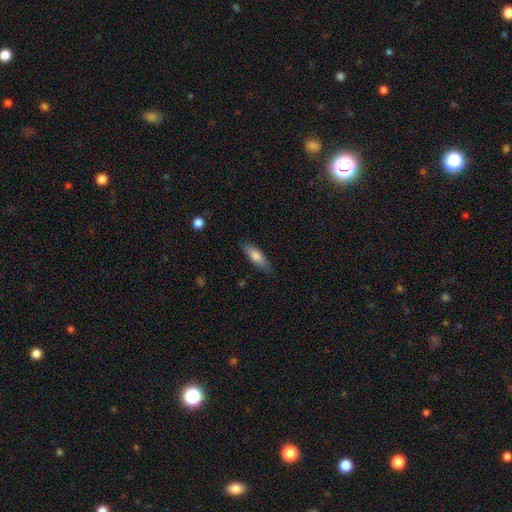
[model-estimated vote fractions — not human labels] This is likely a smooth galaxy (75%). How rounded: possibly cigar-shaped (51%). Merging: clearly none (84%).